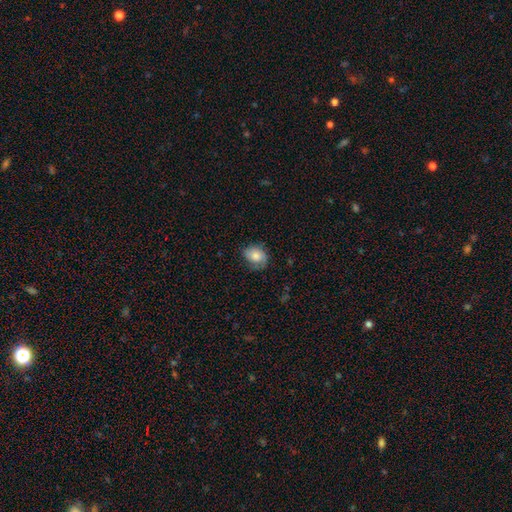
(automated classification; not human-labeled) This is likely a smooth galaxy (73%). How rounded: possibly in between (56%). Merging: likely none (61%).